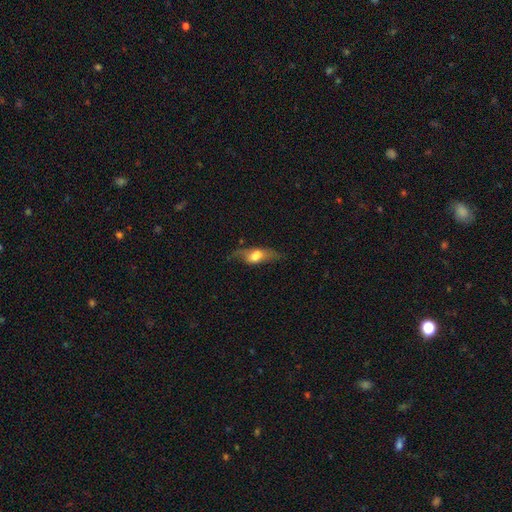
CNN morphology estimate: Smooth or featured? Predicted: featured or disk (p=0.46, tied with smooth). Merging? Predicted: none (p=0.57).